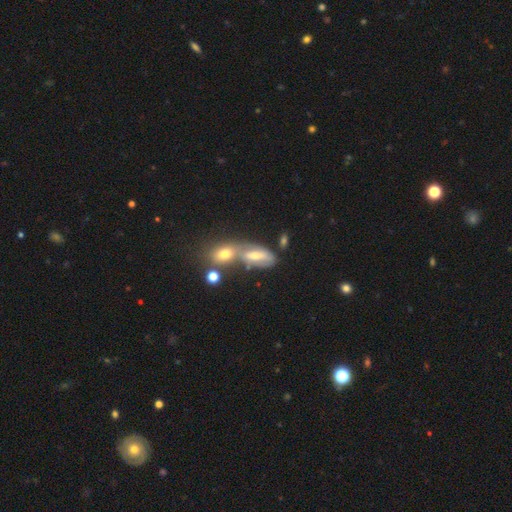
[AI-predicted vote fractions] smooth 53%, featured or disk 36%, star or artifact 11%. Down the decision tree: how rounded — in between (81%); merging — merger (48%).